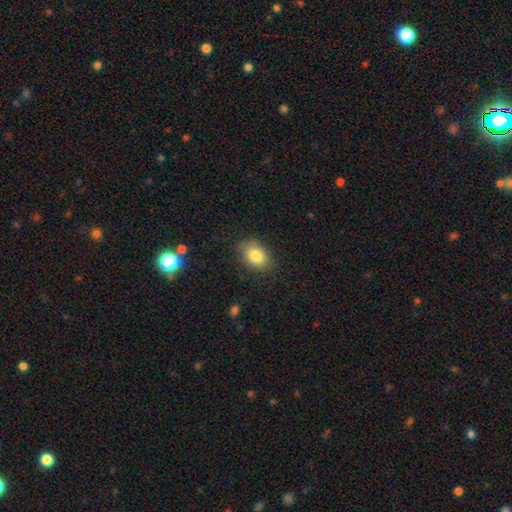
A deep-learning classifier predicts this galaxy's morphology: This appears to be a smooth galaxy with no disk features (83%) that is in between round and cigar-shaped (82%). Merging: none (80%).